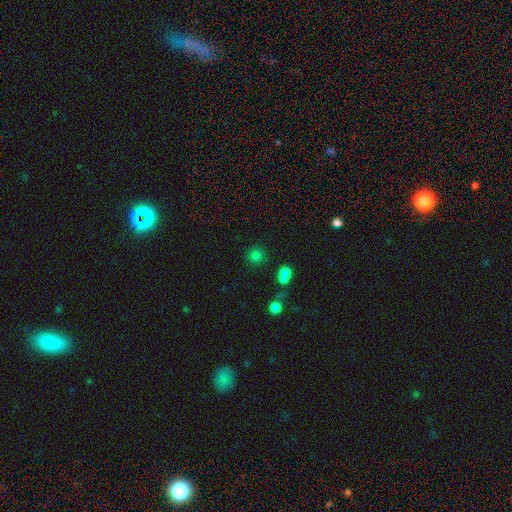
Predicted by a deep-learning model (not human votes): Q: Smooth or featured?
A: smooth (77%); runner-up: star or artifact (17%)
Q: How rounded?
A: round (91%); runner-up: in between (8%)
Q: Merging?
A: none (75%); runner-up: merger (13%)